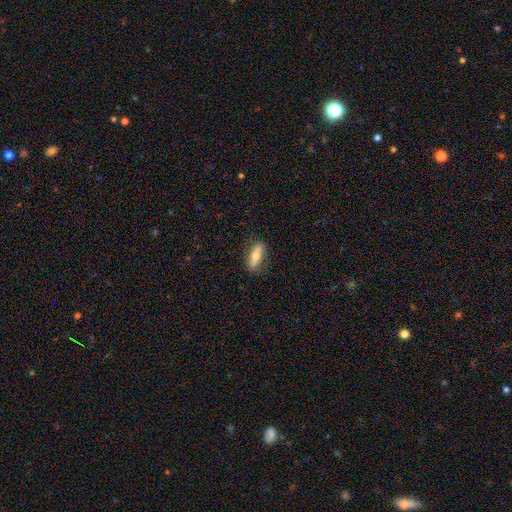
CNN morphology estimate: This is possibly a smooth galaxy (58%). How rounded: possibly in between (57%). Merging: clearly none (81%).